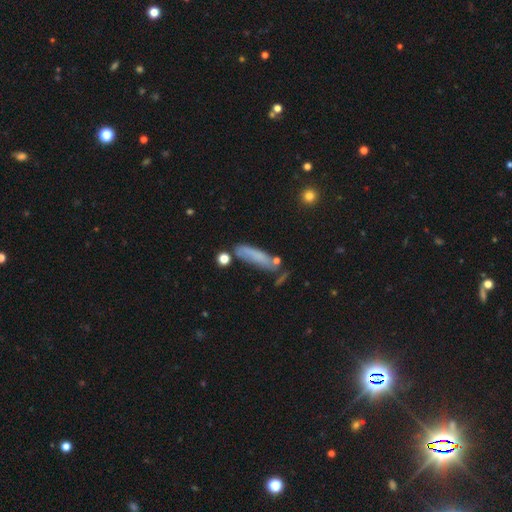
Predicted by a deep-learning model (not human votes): The model was most divided on "merging": none: 50%, minor disturbance: 26%, major disturbance: 13%, merger: 12%. More confident: how rounded — cigar-shaped (70%); smooth or featured — smooth (65%).